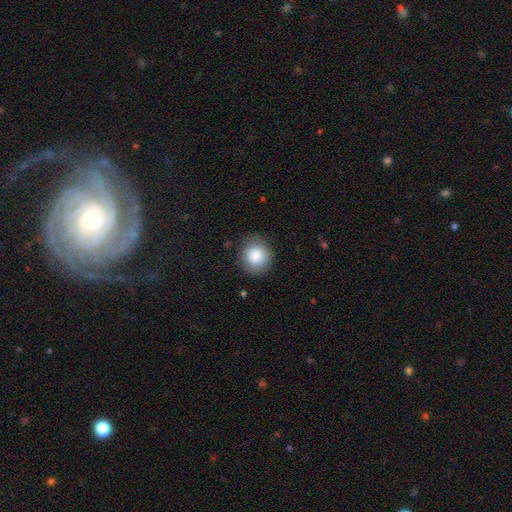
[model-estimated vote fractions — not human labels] smooth 87%, star or artifact 8%, featured or disk 5%. Down the decision tree: how rounded — round (86%); merging — none (85%).